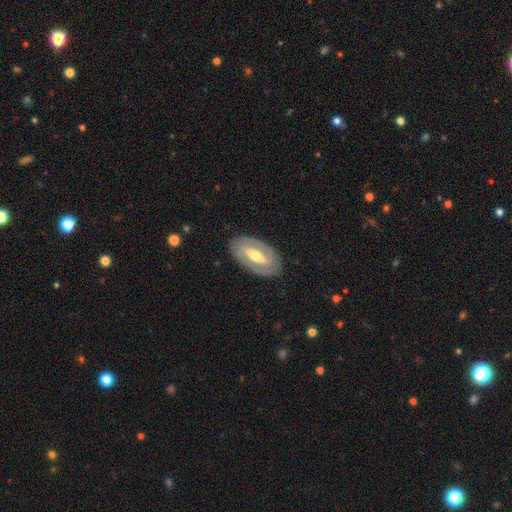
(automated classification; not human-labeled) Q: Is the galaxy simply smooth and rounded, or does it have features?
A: featured or disk — 75%.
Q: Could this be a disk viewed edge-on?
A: no — 91%.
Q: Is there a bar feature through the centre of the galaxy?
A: strong — 51%.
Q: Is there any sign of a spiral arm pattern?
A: yes — 60%.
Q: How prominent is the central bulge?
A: moderate — 66%.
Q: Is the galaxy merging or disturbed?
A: none — 85%.